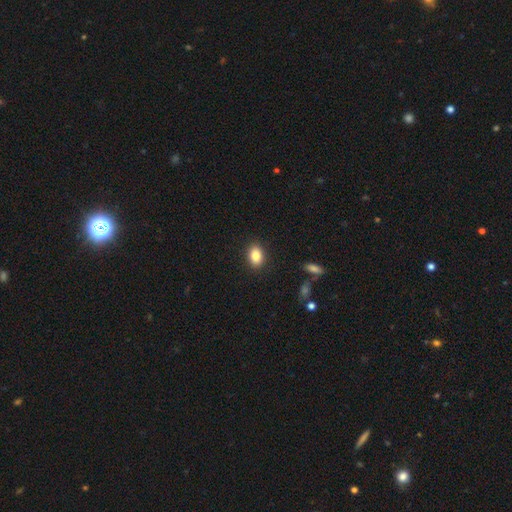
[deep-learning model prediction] Q: Smooth or featured?
A: smooth (84%); runner-up: star or artifact (9%)
Q: How rounded?
A: in between (76%); runner-up: round (23%)
Q: Merging?
A: none (89%); runner-up: minor disturbance (7%)